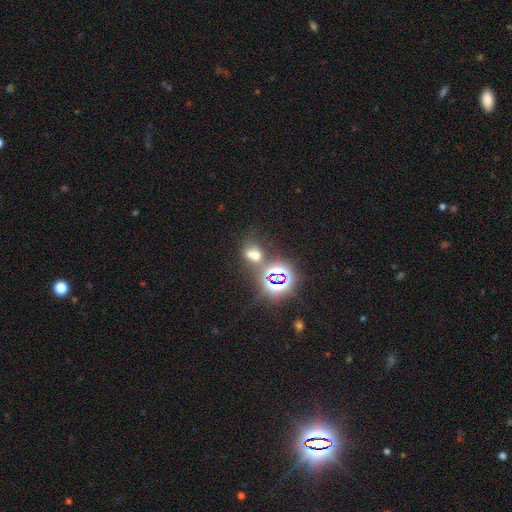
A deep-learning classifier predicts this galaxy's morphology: Q: Smooth or featured?
A: smooth (43%); runner-up: star or artifact (41%)
Q: Merging?
A: merger (40%); runner-up: none (38%)